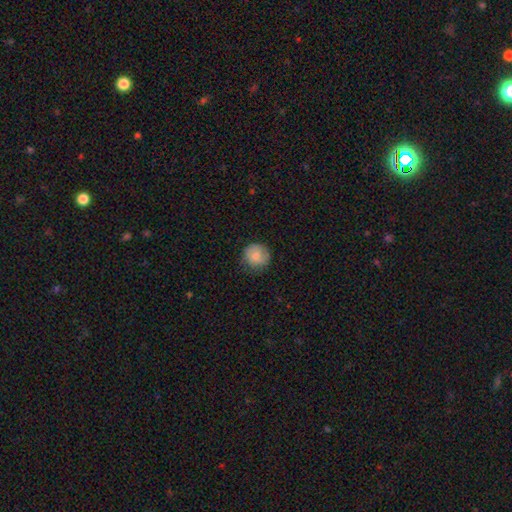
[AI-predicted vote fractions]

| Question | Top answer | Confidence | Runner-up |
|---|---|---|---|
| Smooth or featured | smooth | 79% | featured or disk (14%) |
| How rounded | round | 91% | in between (8%) |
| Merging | none | 77% | minor disturbance (18%) |